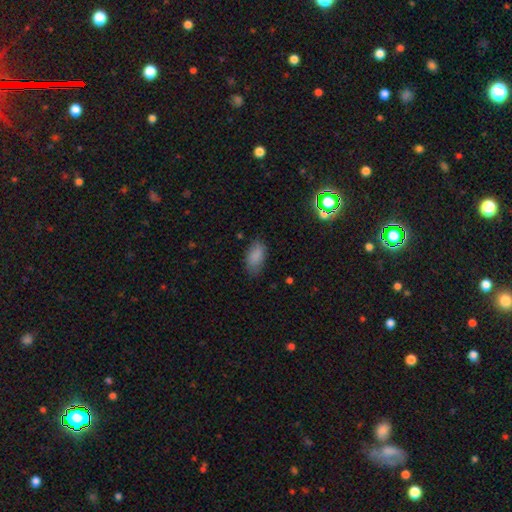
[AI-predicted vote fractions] Smooth or featured? smooth (85%)
How rounded? in between (92%)
Merging? none (74%)